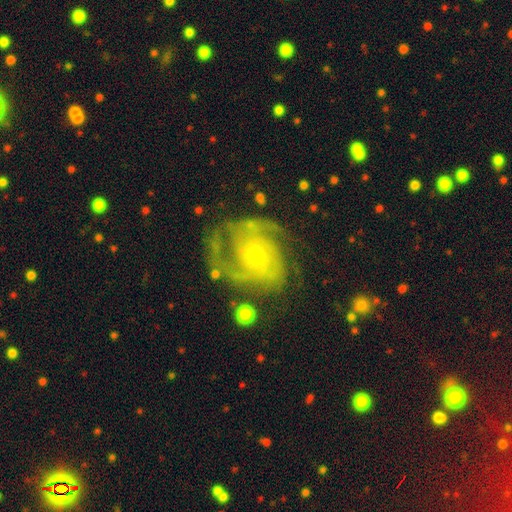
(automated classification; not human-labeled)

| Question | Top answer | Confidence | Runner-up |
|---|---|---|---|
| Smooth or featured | featured or disk | 87% | smooth (7%) |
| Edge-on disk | no | 98% | yes (2%) |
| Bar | no | 75% | weak (20%) |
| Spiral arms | yes | 96% | no (4%) |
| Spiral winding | tight | 54% | medium (38%) |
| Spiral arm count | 2 | 38% | 3 (26%) |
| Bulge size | small | 71% | moderate (26%) |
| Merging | none | 64% | minor disturbance (20%) |